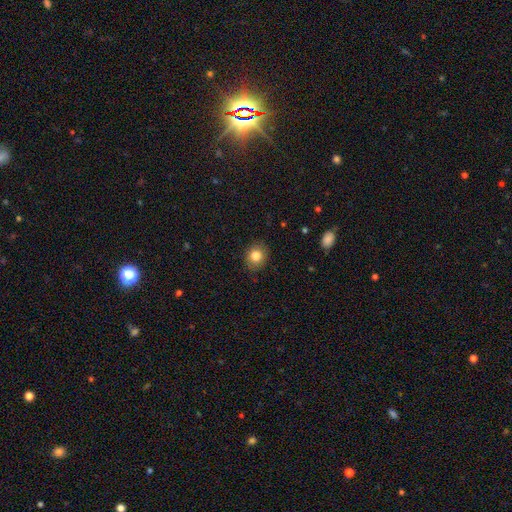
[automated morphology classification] Smooth or featured: smooth — 82% (star or artifact — 10%)
How rounded: round — 66% (in between — 33%)
Merging: none — 87% (minor disturbance — 9%)